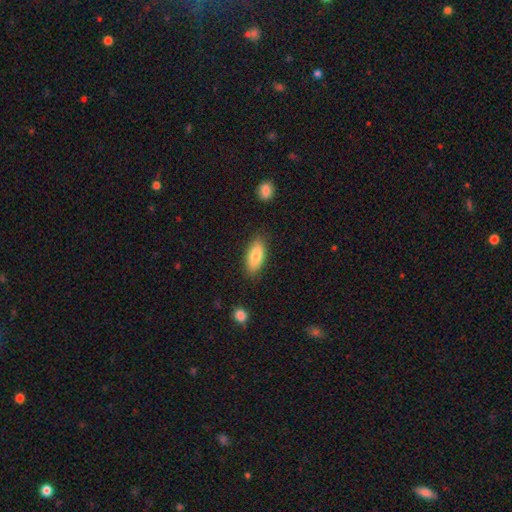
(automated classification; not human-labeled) smooth-or-featured: smooth: 82% | featured or disk: 12% | star or artifact: 6%
  how-rounded: in between: 82% | cigar-shaped: 16% | round: 2%
  merging: none: 83% | minor disturbance: 13% | major disturbance: 3% | merger: 2%